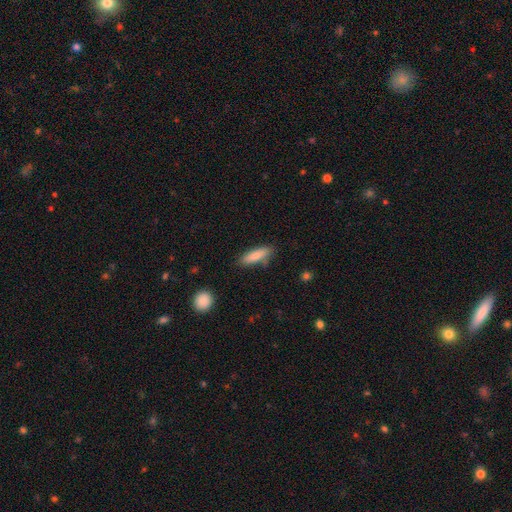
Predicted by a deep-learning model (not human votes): Smooth or featured?
  - smooth: 83% *
  - featured or disk: 11%
  - star or artifact: 6%
How rounded?
  - cigar-shaped: 59% *
  - in between: 40%
  - round: 2%
Merging?
  - none: 80% *
  - minor disturbance: 13%
  - merger: 4%
  - major disturbance: 3%